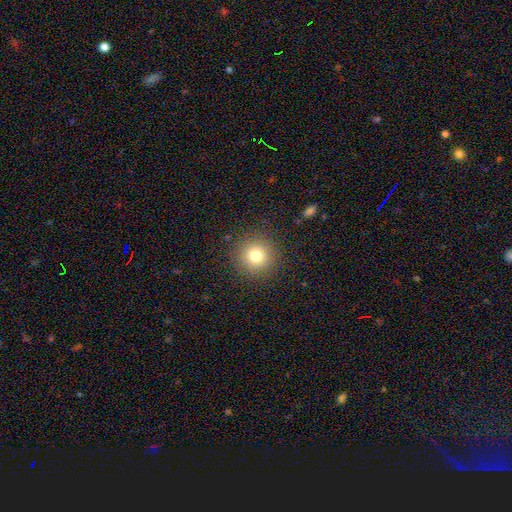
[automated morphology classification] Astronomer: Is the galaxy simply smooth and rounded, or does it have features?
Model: smooth — 78%.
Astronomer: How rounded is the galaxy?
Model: round — 95%.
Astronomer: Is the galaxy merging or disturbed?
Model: none — 90%.